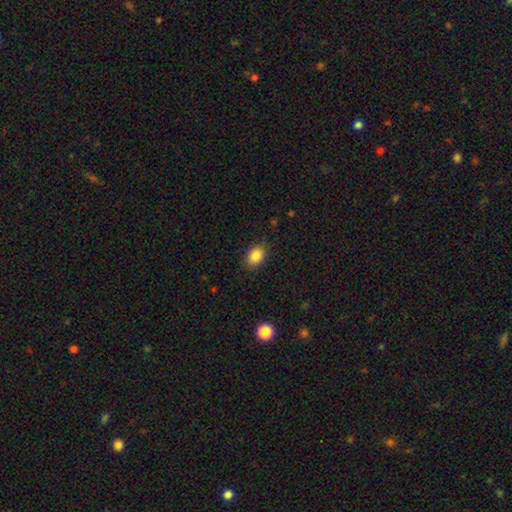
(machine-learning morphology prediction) smooth-or-featured: smooth: 86% | star or artifact: 9% | featured or disk: 5%
  how-rounded: in between: 68% | round: 31% | cigar-shaped: 1%
  merging: none: 84% | minor disturbance: 12% | major disturbance: 3% | merger: 1%